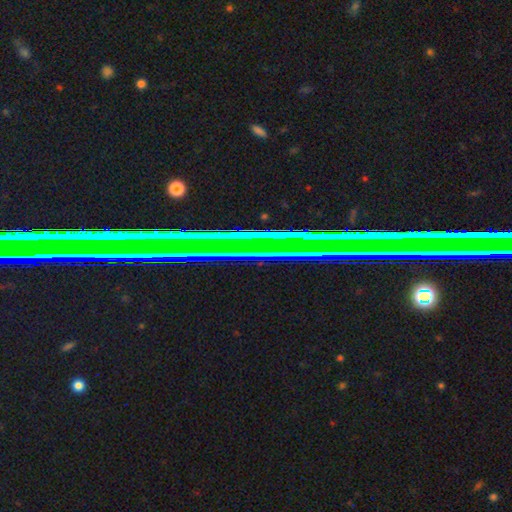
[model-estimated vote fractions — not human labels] smooth-or-featured: star or artifact: 72% | featured or disk: 18% | smooth: 10%